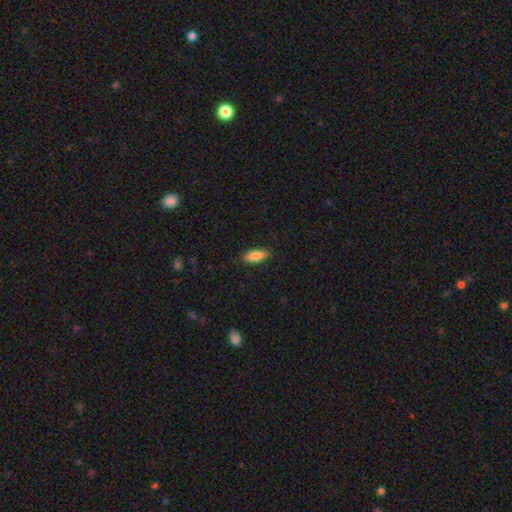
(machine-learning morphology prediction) Smooth or featured? Predicted: smooth (p=0.83). How rounded? Predicted: in between (p=0.72). Merging? Predicted: none (p=0.86).